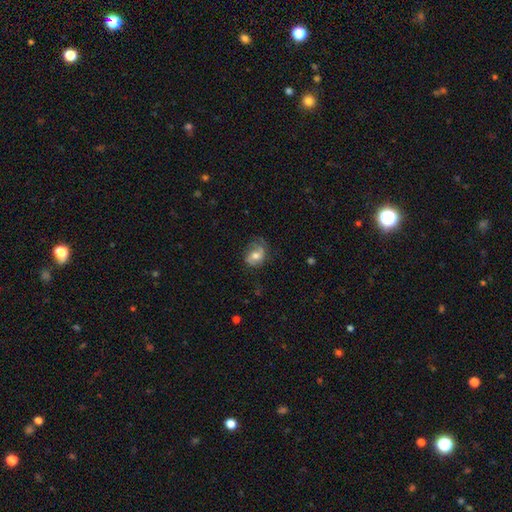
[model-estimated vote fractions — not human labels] A featured or disk galaxy (48%). Merging: none (57%).